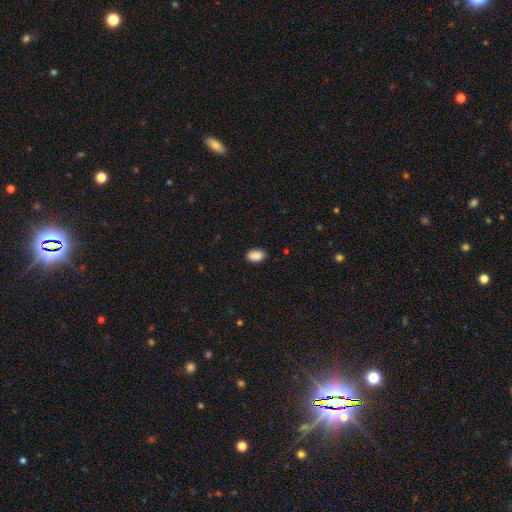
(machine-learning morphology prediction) This appears to be a smooth galaxy with no disk features (90%) that is in between round and cigar-shaped (89%). Merging: none (85%).